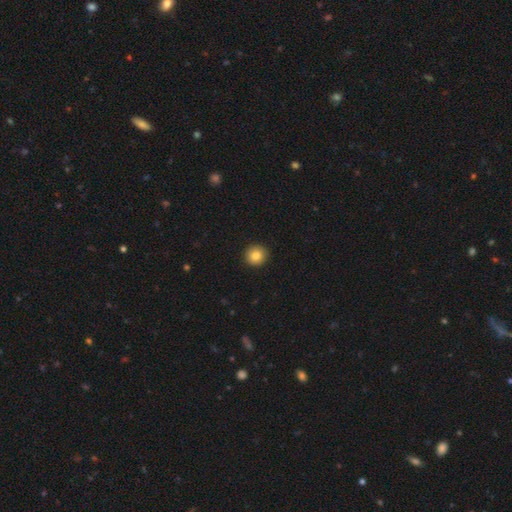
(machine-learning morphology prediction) This appears to be a smooth galaxy with no disk features (85%) that is round (92%). Merging: none (92%).